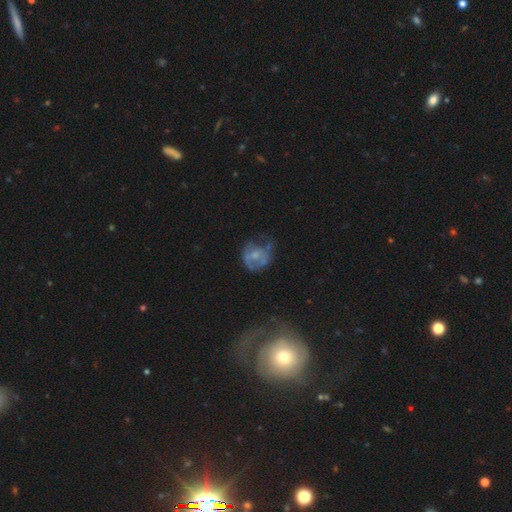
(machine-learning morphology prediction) The model was most divided on "smooth or featured": featured or disk: 49%, smooth: 41%, star or artifact: 10%. Remaining: merging — none (40%).